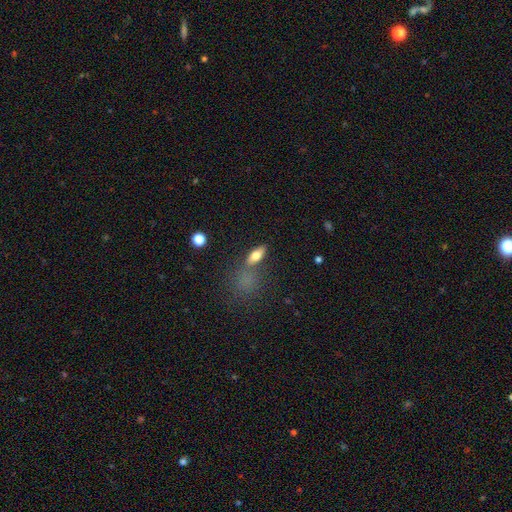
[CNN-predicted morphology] type=smooth (70%); roundness=in between (70%); merging=none (63%).